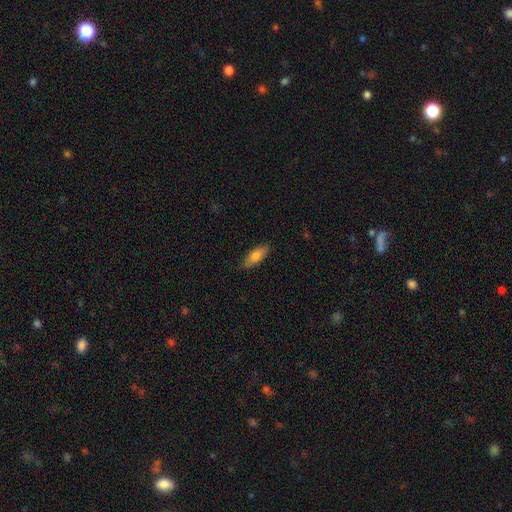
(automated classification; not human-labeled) smooth_or_featured: smooth (p=0.76) [alt: featured or disk p=0.17]
how_rounded: in between (p=0.71) [alt: cigar-shaped p=0.27]
merging: none (p=0.86) [alt: minor disturbance p=0.11]